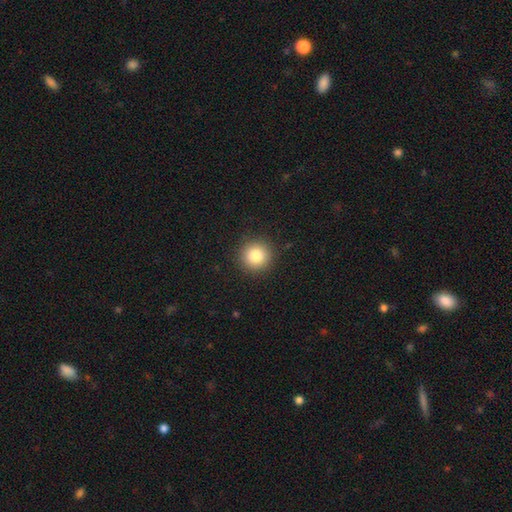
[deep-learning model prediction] smooth-or-featured: smooth: 83% | star or artifact: 10% | featured or disk: 6%
  how-rounded: round: 94% | in between: 5% | cigar-shaped: 1%
  merging: none: 91% | minor disturbance: 6% | major disturbance: 2% | merger: 1%